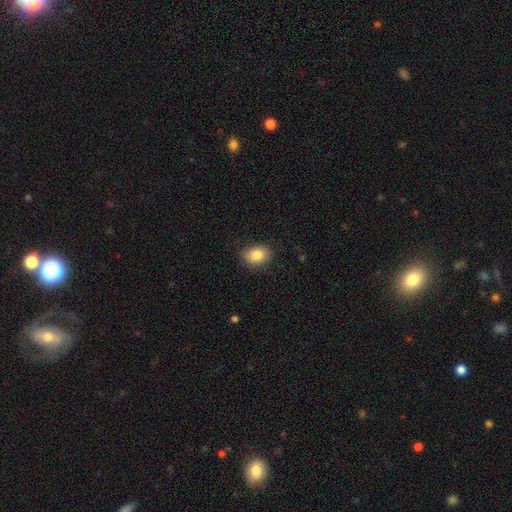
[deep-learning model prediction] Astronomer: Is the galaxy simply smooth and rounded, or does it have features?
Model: smooth — 86%.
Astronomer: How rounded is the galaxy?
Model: in between — 73%.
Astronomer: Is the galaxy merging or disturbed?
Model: none — 85%.